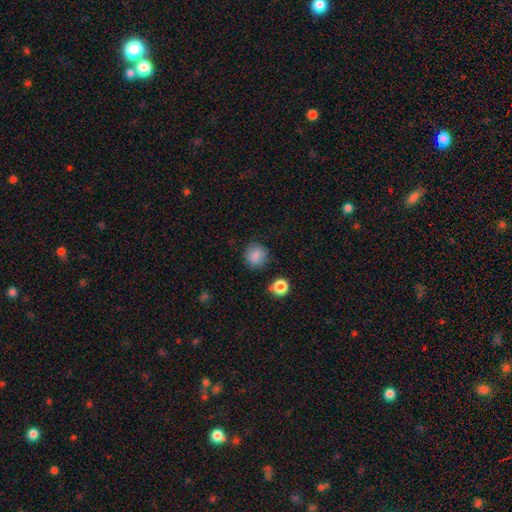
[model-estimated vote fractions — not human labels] The model was most divided on "merging": none: 84%, minor disturbance: 10%, major disturbance: 3%, merger: 2%. More confident: how rounded — round (88%); smooth or featured — smooth (85%).